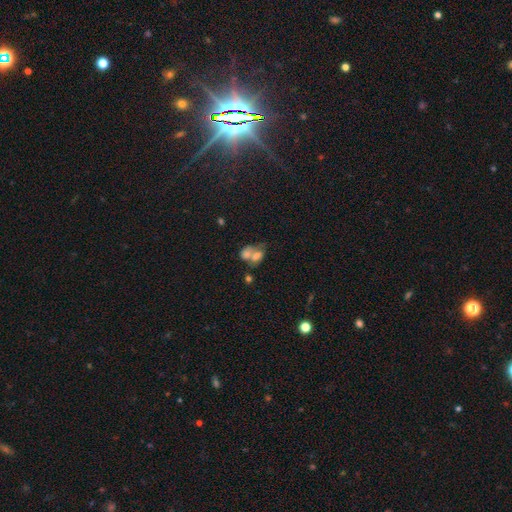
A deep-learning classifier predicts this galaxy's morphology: A smooth galaxy with no disk features (65%) that is in between round and cigar-shaped (75%). Merging: merger (69%).